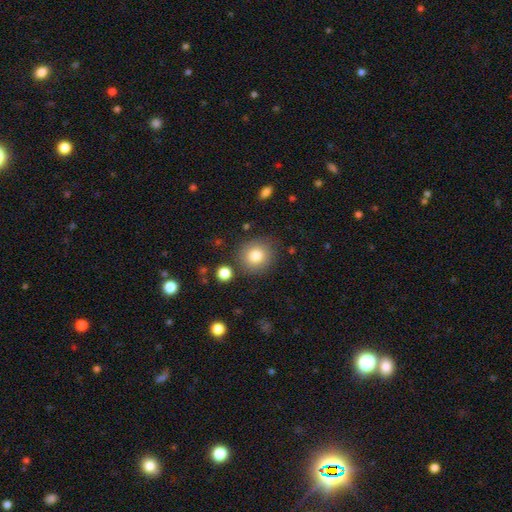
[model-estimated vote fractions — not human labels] smooth_or_featured: smooth (p=0.81) [alt: star or artifact p=0.10]
how_rounded: round (p=0.88) [alt: in between p=0.11]
merging: none (p=0.83) [alt: minor disturbance p=0.10]